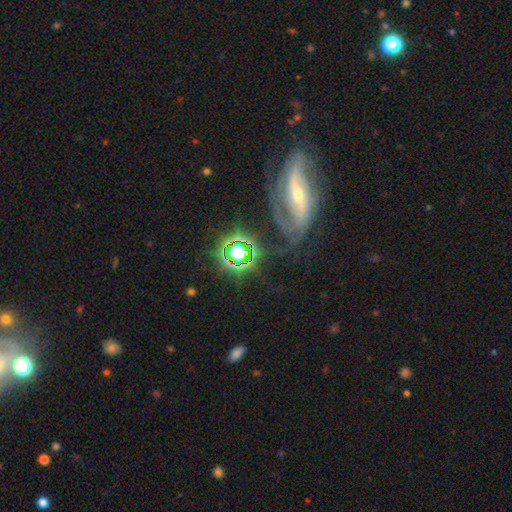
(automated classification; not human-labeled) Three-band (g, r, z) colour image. It shows a featured or disk galaxy (70%) with a weak bar (35%, tied with strong), spiral arms (86%) and a small central bulge (57%). Merging: none (70%).